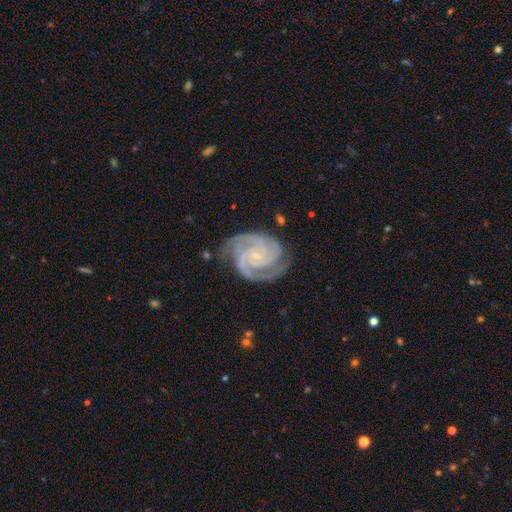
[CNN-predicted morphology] smooth_or_featured: featured or disk (p=0.93) [alt: star or artifact p=0.04]
disk_edge_on: no (p=0.98) [alt: yes p=0.02]
bar: no (p=0.69) [alt: weak p=0.21]
has_spiral_arms: yes (p=0.99) [alt: no p=0.01]
spiral_winding: tight (p=0.75) [alt: medium p=0.22]
spiral_arm_count: 3 (p=0.42) [alt: 2 p=0.34]
bulge_size: small (p=0.84) [alt: moderate p=0.09]
merging: none (p=0.77) [alt: minor disturbance p=0.17]